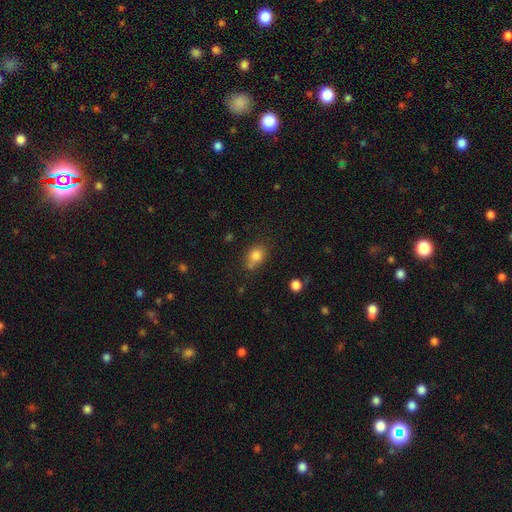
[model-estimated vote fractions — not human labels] Smooth or featured? smooth (82%)
How rounded? in between (54%)
Merging? none (59%)